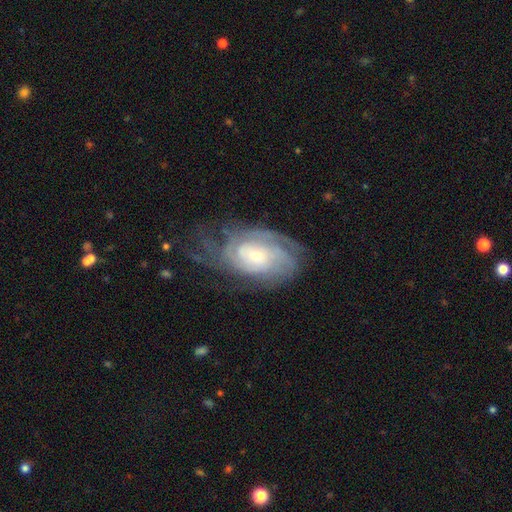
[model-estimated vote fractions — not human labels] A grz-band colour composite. It shows a featured or disk galaxy (81%) with no bar (68%), tight (64%) spiral arms (92%) and a small central bulge (61%). Merging: none (55%).